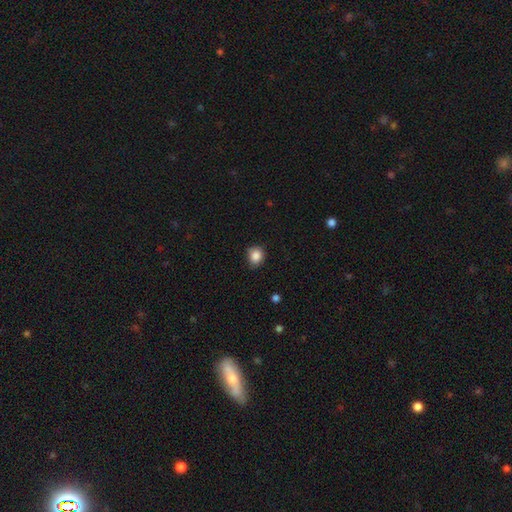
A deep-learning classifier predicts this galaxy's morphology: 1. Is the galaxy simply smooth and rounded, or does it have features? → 86% smooth, 9% star or artifact, 4% featured or disk.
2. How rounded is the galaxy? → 72% round, 27% in between, 1% cigar-shaped.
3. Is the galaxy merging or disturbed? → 72% none, 23% minor disturbance, 4% major disturbance, 1% merger.